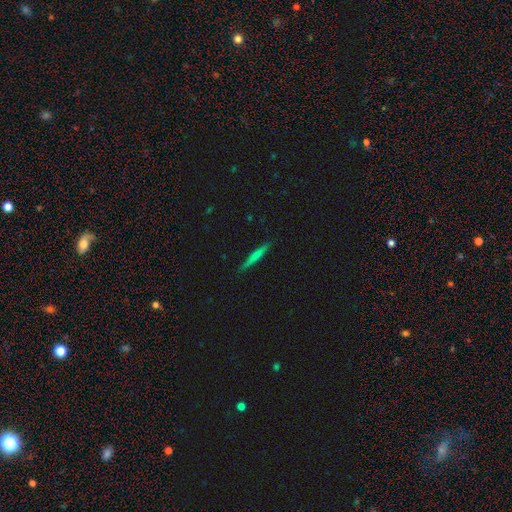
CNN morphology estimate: This is possibly a smooth galaxy (58%). How rounded: clearly cigar-shaped (94%). Merging: clearly none (89%).